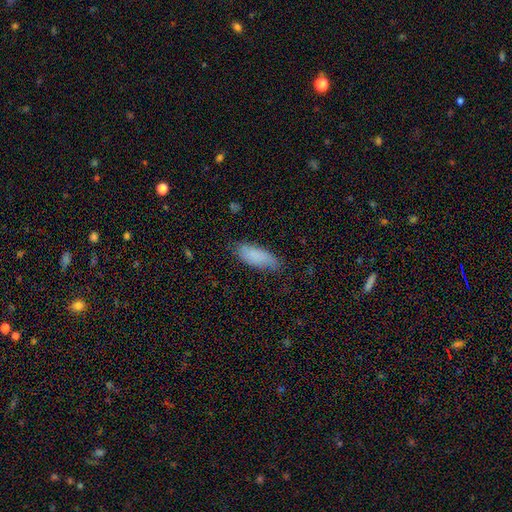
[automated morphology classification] smooth_or_featured: smooth (p=0.84) [alt: featured or disk p=0.09]
how_rounded: in between (p=0.71) [alt: cigar-shaped p=0.28]
merging: none (p=0.74) [alt: minor disturbance p=0.20]